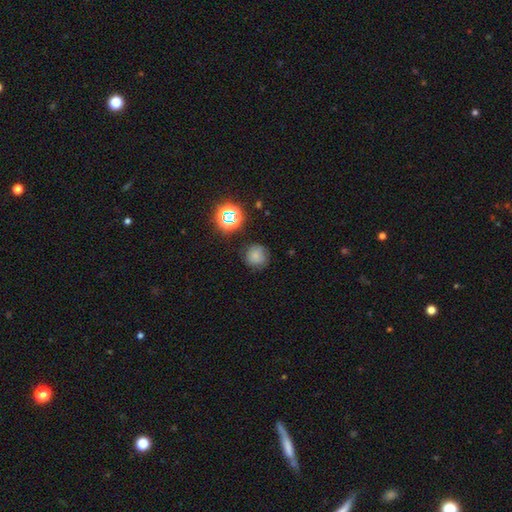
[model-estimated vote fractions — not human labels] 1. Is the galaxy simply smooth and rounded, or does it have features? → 72% smooth, 18% star or artifact, 10% featured or disk.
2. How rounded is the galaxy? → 91% round, 8% in between, 1% cigar-shaped.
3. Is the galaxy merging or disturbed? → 78% none, 15% minor disturbance, 5% major disturbance, 2% merger.